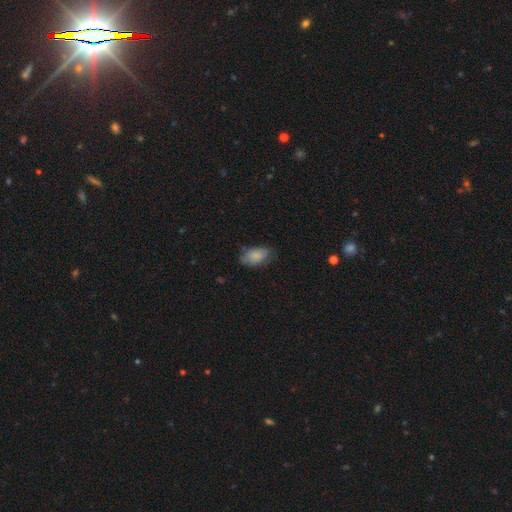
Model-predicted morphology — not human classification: A smooth galaxy with no disk features (82%) that is in between round and cigar-shaped (92%). Merging: none (65%).